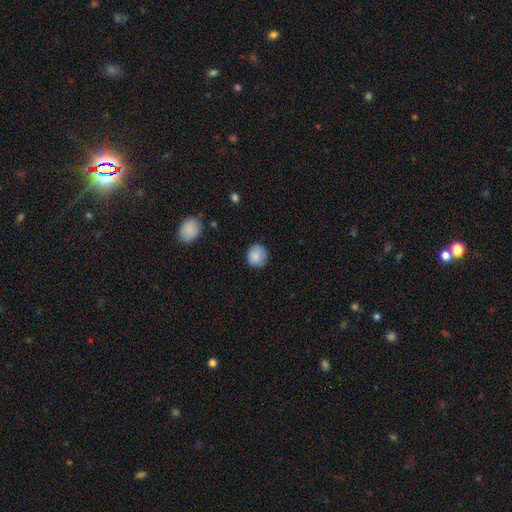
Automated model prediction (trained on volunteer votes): Q: Smooth or featured?
A: smooth (87%); runner-up: star or artifact (8%)
Q: How rounded?
A: round (83%); runner-up: in between (16%)
Q: Merging?
A: none (82%); runner-up: minor disturbance (14%)